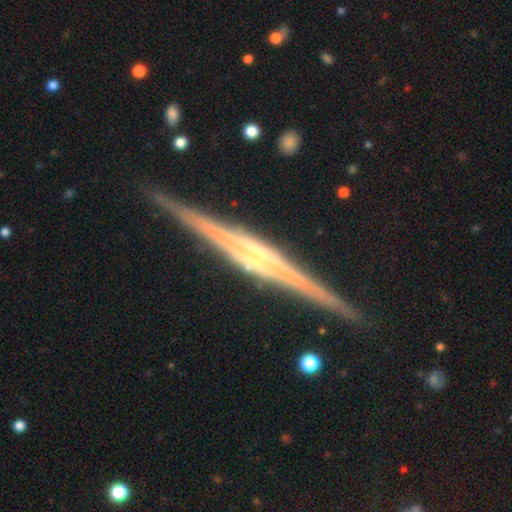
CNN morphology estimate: The model was most divided on "edge-on bulge": boxy: 45%, rounded: 43%, none: 11%. More confident: edge-on disk — yes (98%); merging — none (90%); smooth or featured — featured or disk (89%).